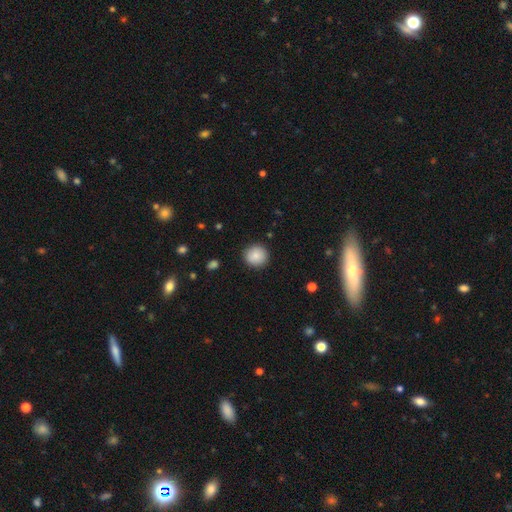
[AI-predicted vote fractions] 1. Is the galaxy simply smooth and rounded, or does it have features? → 88% smooth, 8% star or artifact, 5% featured or disk.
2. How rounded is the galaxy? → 92% round, 7% in between, 1% cigar-shaped.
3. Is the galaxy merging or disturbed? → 90% none, 7% minor disturbance, 2% major disturbance, 1% merger.